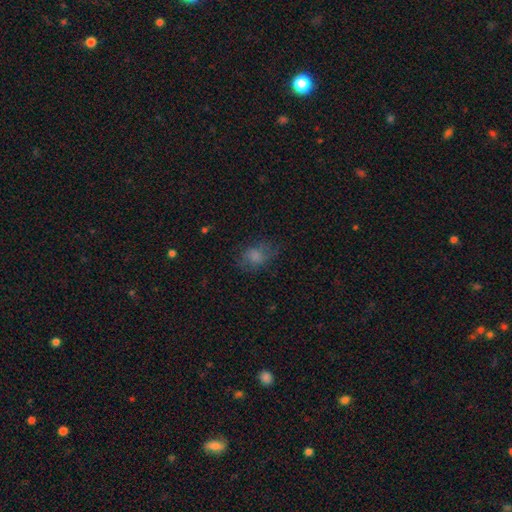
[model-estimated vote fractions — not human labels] Morphology: type=smooth (67%); roundness=in between (68%); merging=none (57%).